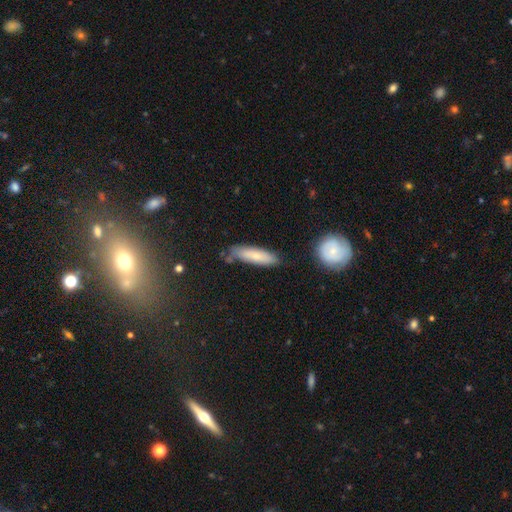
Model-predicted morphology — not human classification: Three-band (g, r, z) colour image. It shows a smooth galaxy with no disk features (72%) that is cigar-shaped (61%). Merging: none (72%).